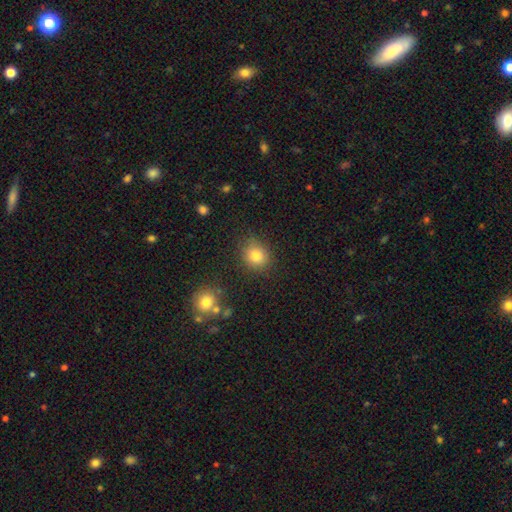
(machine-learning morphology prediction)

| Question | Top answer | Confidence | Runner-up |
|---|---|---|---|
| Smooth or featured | smooth | 81% | star or artifact (12%) |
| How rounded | round | 75% | in between (24%) |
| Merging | none | 82% | minor disturbance (12%) |